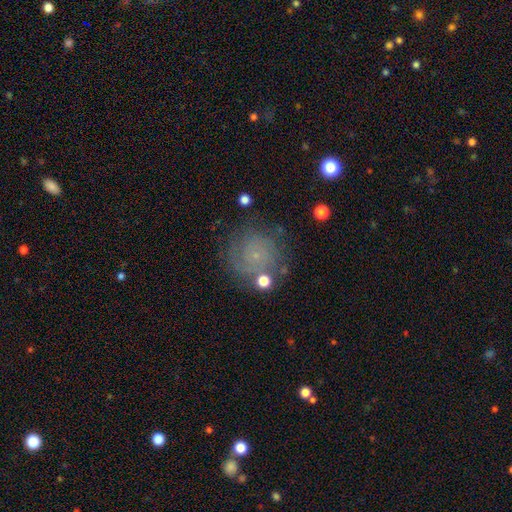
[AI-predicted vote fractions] Morphology: type=featured or disk (49%); merging=none (73%).